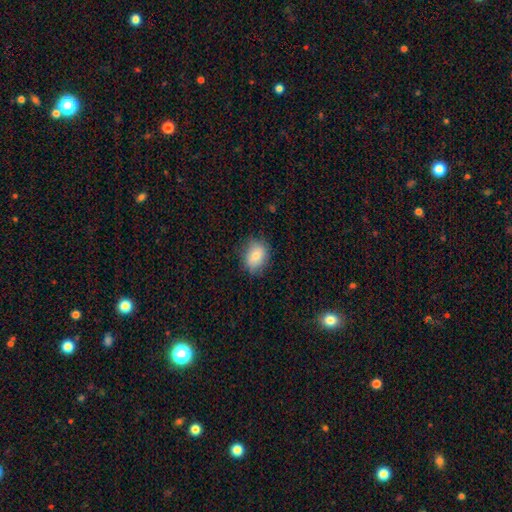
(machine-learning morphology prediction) Q: Smooth or featured?
A: smooth (79%); runner-up: featured or disk (12%)
Q: How rounded?
A: in between (61%); runner-up: round (37%)
Q: Merging?
A: none (80%); runner-up: minor disturbance (15%)